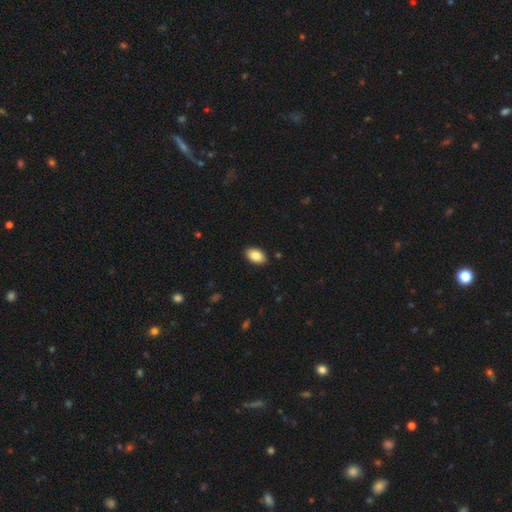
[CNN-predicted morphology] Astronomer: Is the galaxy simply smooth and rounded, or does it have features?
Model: smooth — 86%.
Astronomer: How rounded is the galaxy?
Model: in between — 93%.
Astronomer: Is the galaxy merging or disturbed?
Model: none — 89%.